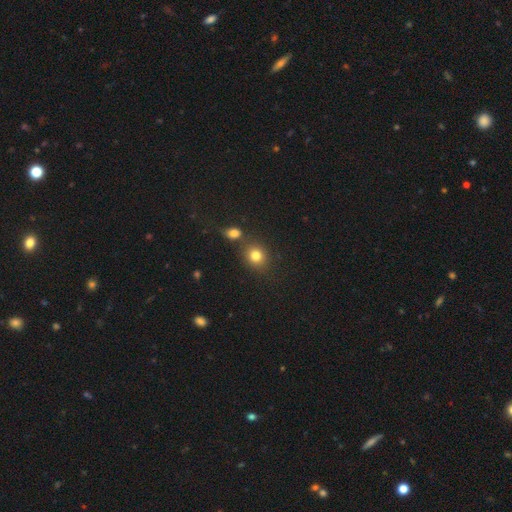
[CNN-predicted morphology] Smooth or featured? Predicted: smooth (p=0.80). How rounded? Predicted: round (p=0.71). Merging? Predicted: none (p=0.69).